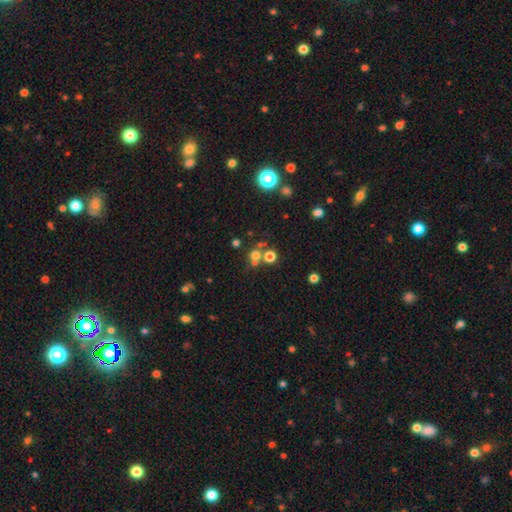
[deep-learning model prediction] smooth 60%, star or artifact 28%, featured or disk 12%. Down the decision tree: how rounded — round (90%); merging — none (59%).